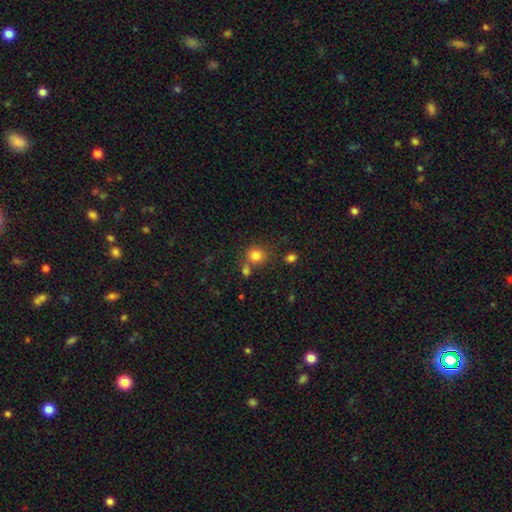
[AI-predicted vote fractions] Morphology: type=smooth (81%); roundness=round (80%); merging=none (62%).